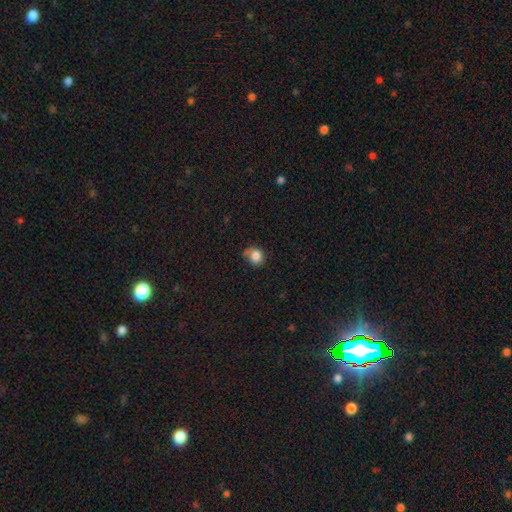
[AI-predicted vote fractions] This appears to be a smooth galaxy with no disk features (79%) that is round (74%). Merging: none (52%).